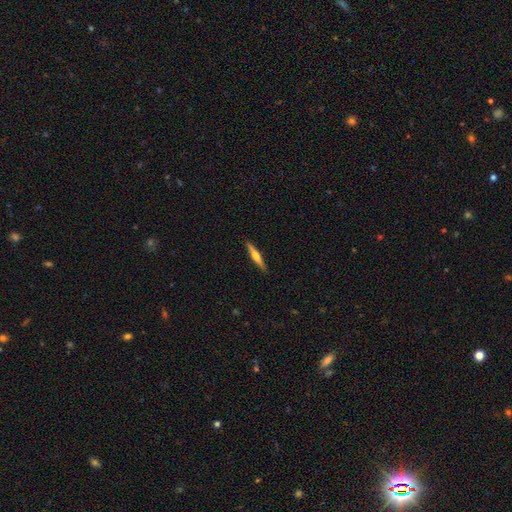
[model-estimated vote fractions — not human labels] The model was most divided on "smooth or featured": featured or disk: 59%, smooth: 35%, star or artifact: 5%. More confident: edge-on disk — yes (97%); merging — none (90%); edge-on bulge — rounded (85%).